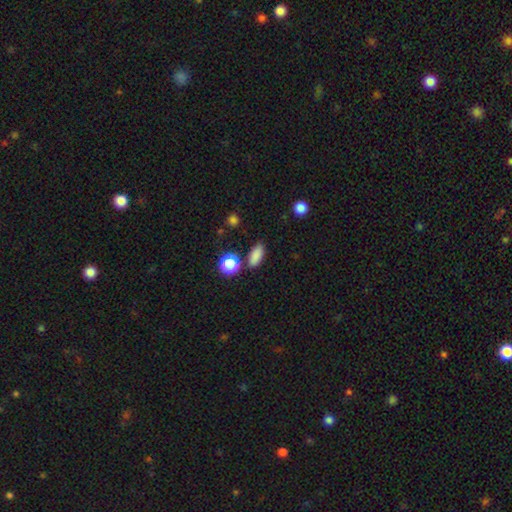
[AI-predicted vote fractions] smooth_or_featured: smooth (p=0.84) [alt: star or artifact p=0.11]
how_rounded: in between (p=0.77) [alt: cigar-shaped p=0.13]
merging: none (p=0.79) [alt: minor disturbance p=0.12]